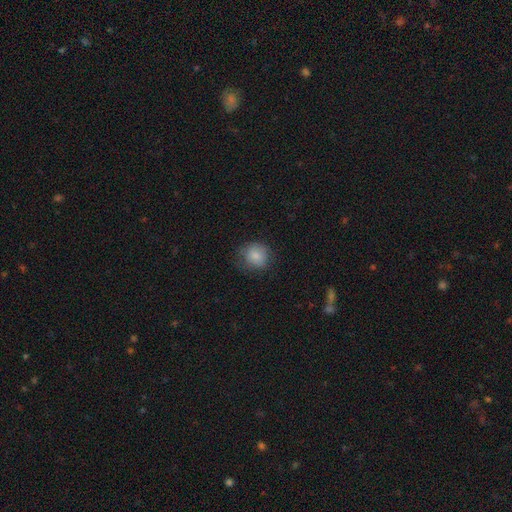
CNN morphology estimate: smooth 83%, featured or disk 9%, star or artifact 8%. Down the decision tree: how rounded — round (80%); merging — none (71%).